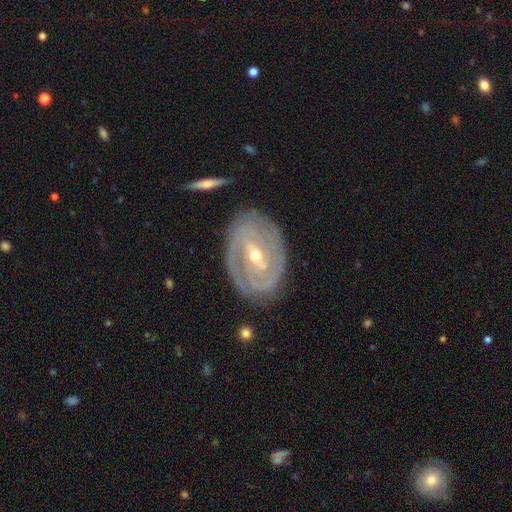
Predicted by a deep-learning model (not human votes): A featured or disk galaxy (88%) with a weak bar (45%), 2 (38%) tight (79%) spiral arms (92%) and a moderate central bulge (55%).

Vote fractions:
- Smooth or featured? featured or disk: 88% / smooth: 8% / star or artifact: 5%
- Edge-on disk? no: 95% / yes: 5%
- Bar? weak: 45% / strong: 34% / no: 21%
- Spiral arms? yes: 92% / no: 8%
- Spiral winding? tight: 79% / medium: 17% / loose: 5%
- Spiral arm count? 2: 38% / can't tell: 30% / 3: 17% / 4: 7% / 1: 5% / more than 4: 4%
- Bulge size? moderate: 55% / small: 42% / large: 2% / none: 1% / dominant: 1%
- Merging? none: 80% / minor disturbance: 14% / major disturbance: 4% / merger: 2%